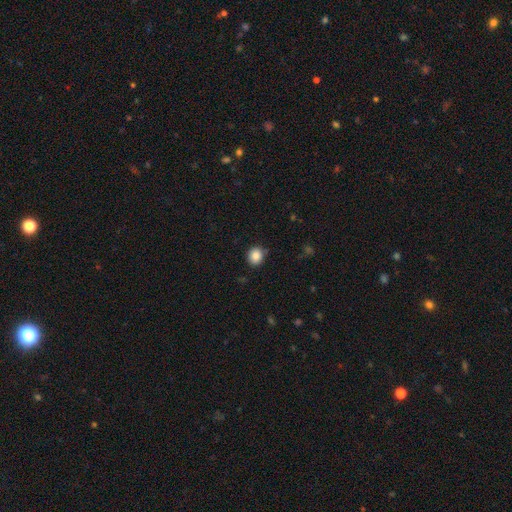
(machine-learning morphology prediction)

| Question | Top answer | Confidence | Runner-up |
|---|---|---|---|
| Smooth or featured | smooth | 86% | star or artifact (10%) |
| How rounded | round | 79% | in between (20%) |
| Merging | none | 85% | minor disturbance (10%) |